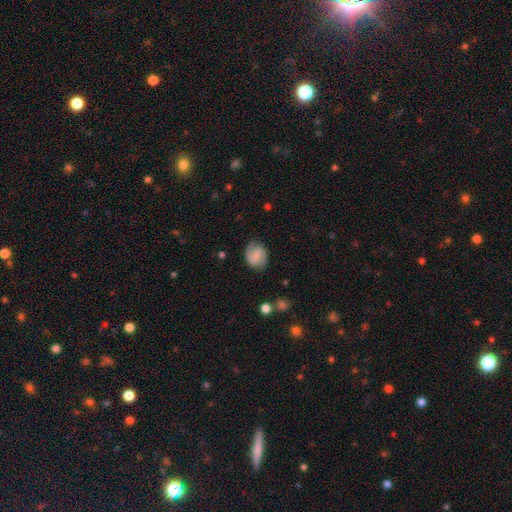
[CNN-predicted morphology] Smooth or featured?
  - smooth: 50% *
  - featured or disk: 42%
  - star or artifact: 8%
How rounded?
  - round: 56% *
  - in between: 43%
  - cigar-shaped: 1%
Merging?
  - none: 76% *
  - minor disturbance: 18%
  - major disturbance: 5%
  - merger: 1%